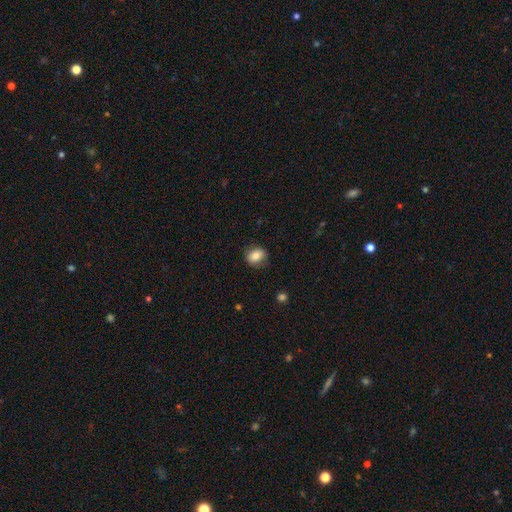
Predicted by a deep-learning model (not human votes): smooth_or_featured: smooth (p=0.80) [alt: featured or disk p=0.11]
how_rounded: round (p=0.53) [alt: in between p=0.45]
merging: none (p=0.82) [alt: minor disturbance p=0.13]